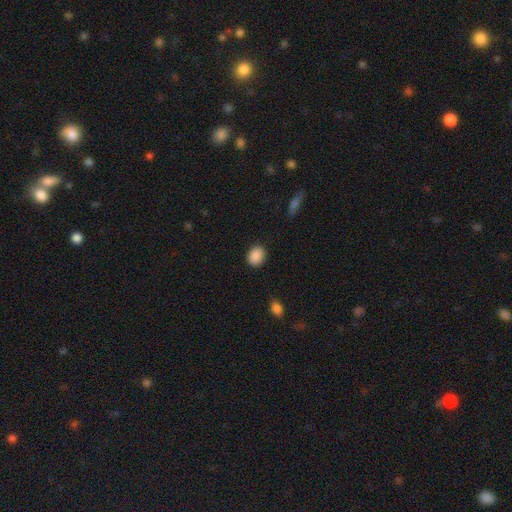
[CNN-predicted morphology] smooth-or-featured: smooth: 89% | star or artifact: 8% | featured or disk: 3%
  how-rounded: round: 59% | in between: 40% | cigar-shaped: 1%
  merging: none: 87% | minor disturbance: 9% | major disturbance: 3% | merger: 1%